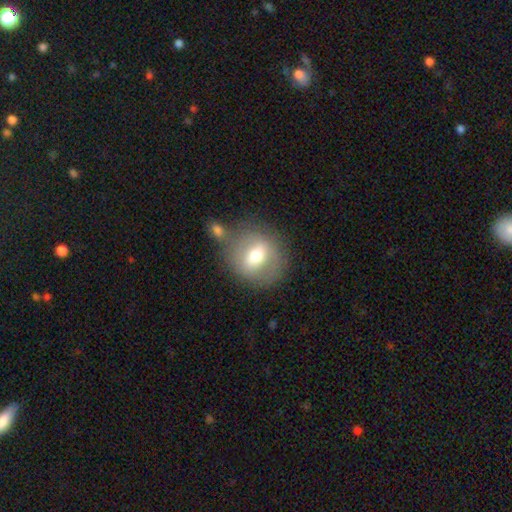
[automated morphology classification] smooth-or-featured: smooth: 56% | featured or disk: 35% | star or artifact: 8%
  how-rounded: round: 75% | in between: 23% | cigar-shaped: 2%
  merging: none: 61% | merger: 18% | minor disturbance: 14% | major disturbance: 7%